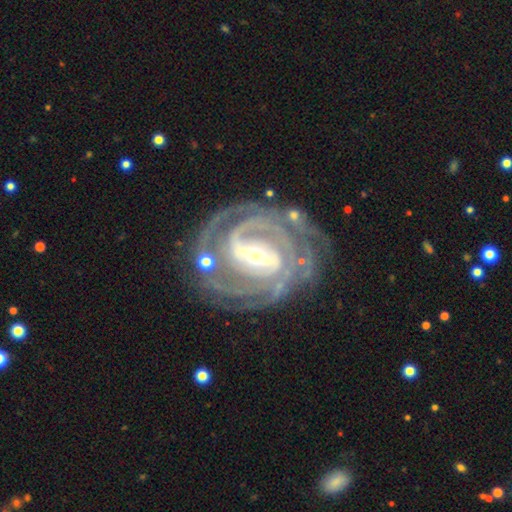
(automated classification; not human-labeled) Overall: featured or disk (92%). Edge-on disk: no (97%). Bar: strong (60%; weak 32%). Spiral arms: yes (98%). Spiral arm count: 3 (27%; 2 26%). Spiral winding: tight (76%). Bulge size: moderate (51%; small 43%). Merging: none (74%).